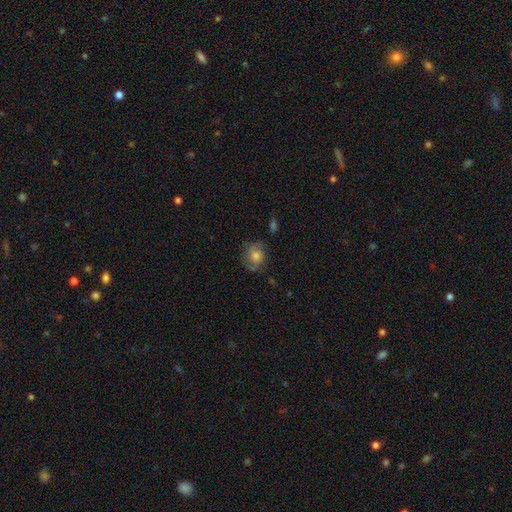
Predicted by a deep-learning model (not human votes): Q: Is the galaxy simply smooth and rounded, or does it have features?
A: smooth — 51%.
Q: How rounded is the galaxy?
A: round — 73%.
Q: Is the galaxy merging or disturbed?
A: none — 67%.